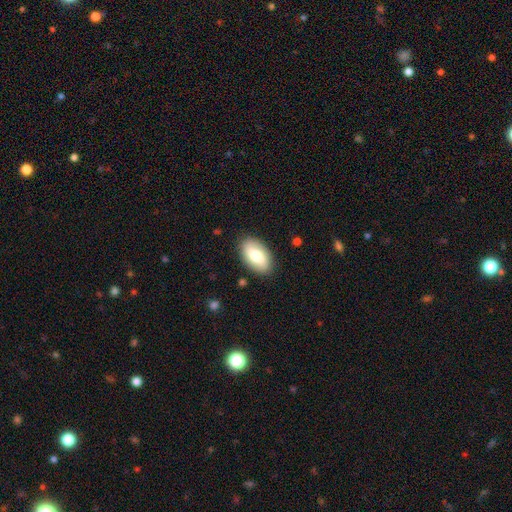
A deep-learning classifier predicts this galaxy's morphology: smooth_or_featured: smooth (p=0.72) [alt: featured or disk p=0.22]
how_rounded: in between (p=0.94) [alt: round p=0.04]
merging: none (p=0.86) [alt: minor disturbance p=0.10]